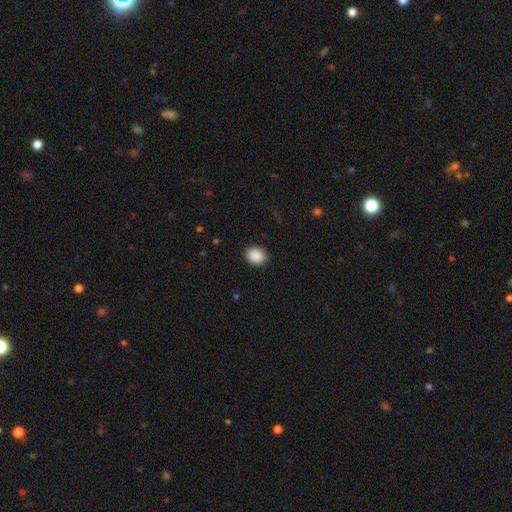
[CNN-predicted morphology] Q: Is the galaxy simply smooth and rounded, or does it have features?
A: smooth — 89%.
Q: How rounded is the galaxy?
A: round — 56%.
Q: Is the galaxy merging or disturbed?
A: none — 90%.